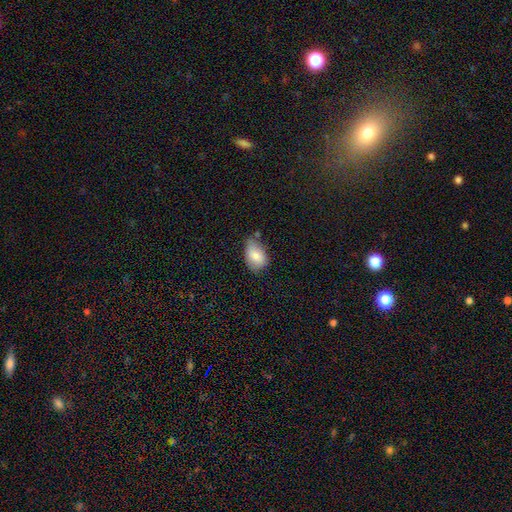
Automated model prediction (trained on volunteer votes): Q: Smooth or featured?
A: smooth (80%); runner-up: featured or disk (13%)
Q: How rounded?
A: in between (85%); runner-up: round (13%)
Q: Merging?
A: none (47%); runner-up: minor disturbance (39%)